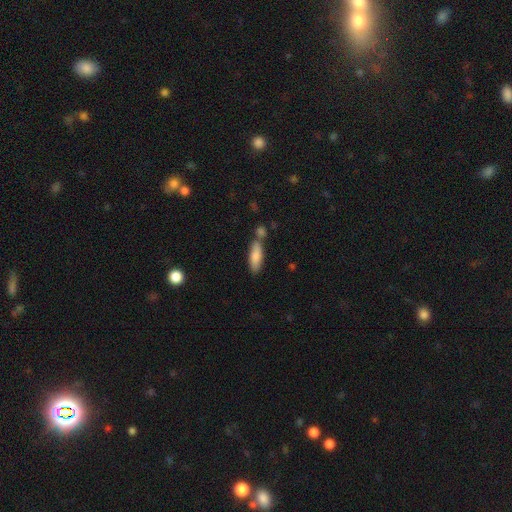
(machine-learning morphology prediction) smooth-or-featured: smooth: 81% | featured or disk: 13% | star or artifact: 6%
  how-rounded: in between: 53% | cigar-shaped: 45% | round: 2%
  merging: none: 61% | merger: 20% | minor disturbance: 15% | major disturbance: 4%